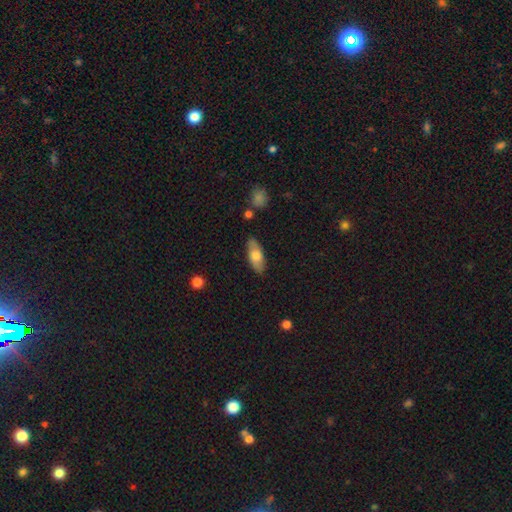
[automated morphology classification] A smooth galaxy with no disk features (68%) that is in between round and cigar-shaped (80%).

Vote fractions:
- Smooth or featured? smooth: 68% / featured or disk: 26% / star or artifact: 6%
- How rounded? in between: 80% / cigar-shaped: 17% / round: 3%
- Merging? none: 83% / minor disturbance: 12% / major disturbance: 2% / merger: 2%